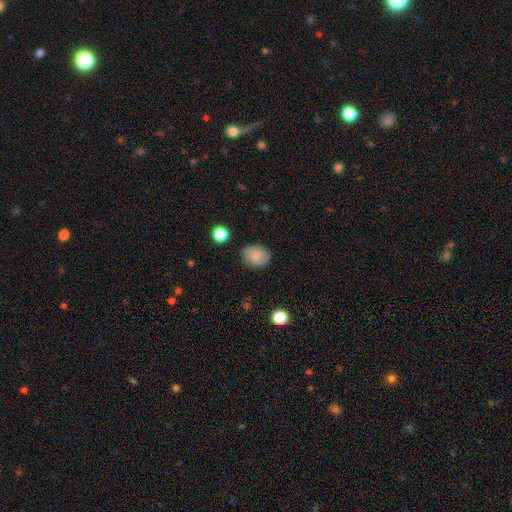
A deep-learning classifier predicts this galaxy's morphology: This appears to be a smooth galaxy with no disk features (72%) that is in between round and cigar-shaped (53%). Merging: none (81%).